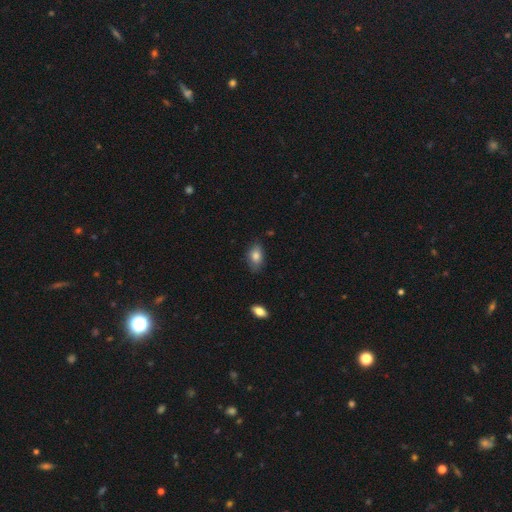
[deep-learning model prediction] Smooth or featured? Predicted: smooth (p=0.83). How rounded? Predicted: in between (p=0.88). Merging? Predicted: none (p=0.77).